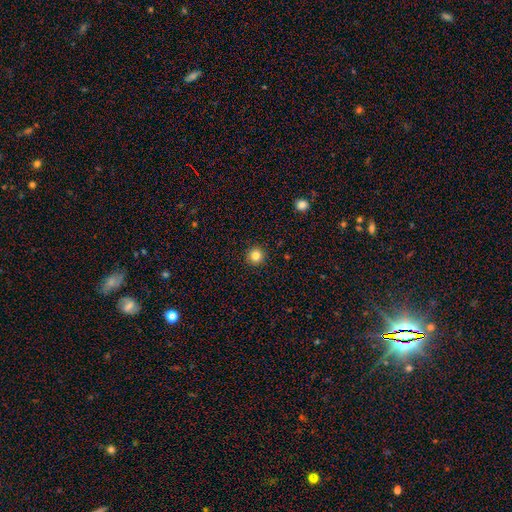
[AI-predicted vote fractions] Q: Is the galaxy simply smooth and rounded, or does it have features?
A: smooth — 83%.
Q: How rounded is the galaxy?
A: round — 96%.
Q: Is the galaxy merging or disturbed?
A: none — 93%.